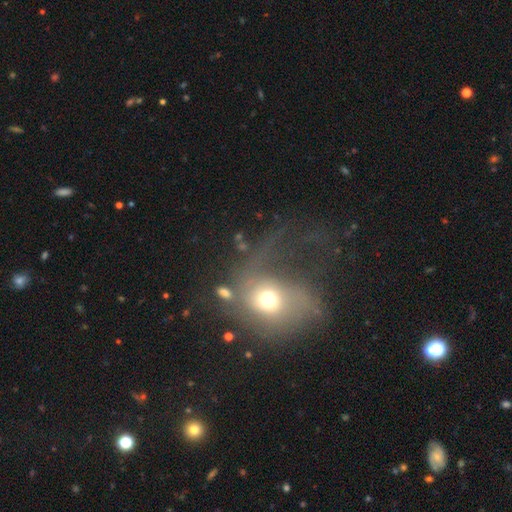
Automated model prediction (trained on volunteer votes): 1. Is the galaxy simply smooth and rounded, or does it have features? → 42% smooth, 41% featured or disk, 17% star or artifact.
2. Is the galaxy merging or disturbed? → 52% major disturbance, 25% none, 16% minor disturbance, 7% merger.